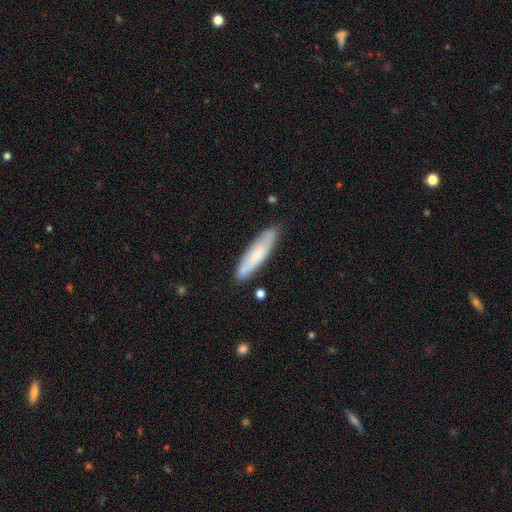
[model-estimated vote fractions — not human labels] This appears to be a smooth galaxy with no disk features (71%) that is cigar-shaped (77%). Merging: none (82%).